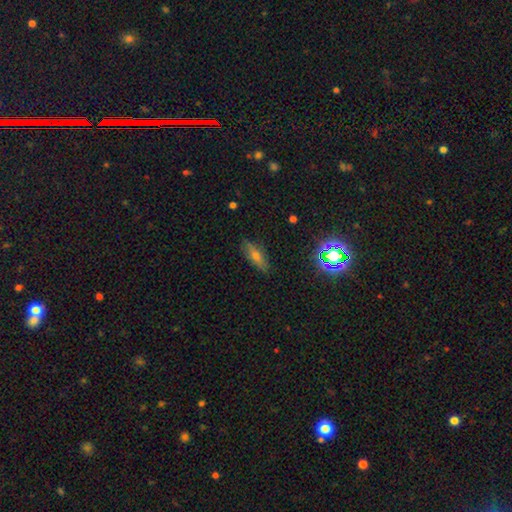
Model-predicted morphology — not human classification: Smooth or featured: smooth — 55% (featured or disk — 27%)
How rounded: cigar-shaped — 48% (in between — 47%)
Merging: none — 85% (minor disturbance — 11%)